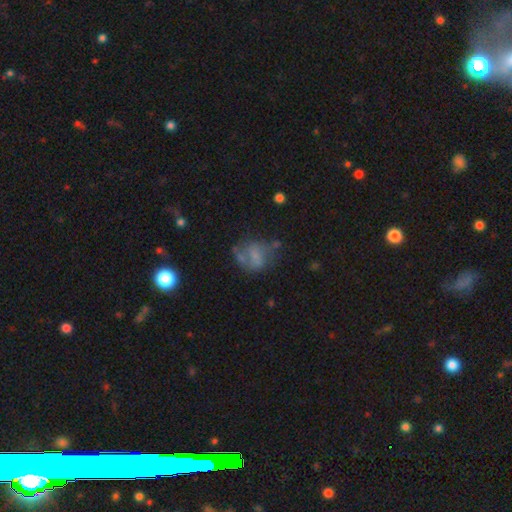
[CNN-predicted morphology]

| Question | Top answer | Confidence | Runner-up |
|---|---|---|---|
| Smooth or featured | smooth | 49% | featured or disk (38%) |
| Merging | none | 39% | major disturbance (25%) |